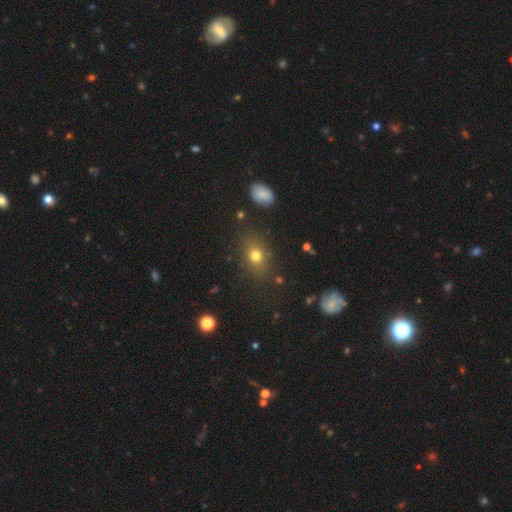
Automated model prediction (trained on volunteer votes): This is likely a smooth galaxy (74%). How rounded: possibly in between (56%). Merging: clearly none (80%).